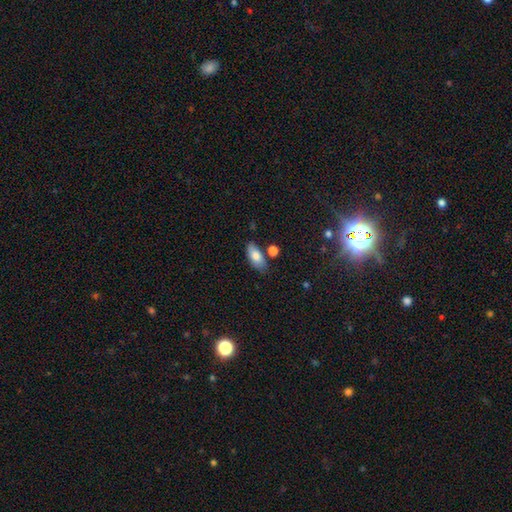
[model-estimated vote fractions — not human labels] A smooth galaxy with no disk features (79%) that is in between round and cigar-shaped (88%).

Vote fractions:
- Smooth or featured? smooth: 79% / featured or disk: 14% / star or artifact: 7%
- How rounded? in between: 88% / cigar-shaped: 9% / round: 3%
- Merging? none: 71% / minor disturbance: 17% / merger: 8% / major disturbance: 4%